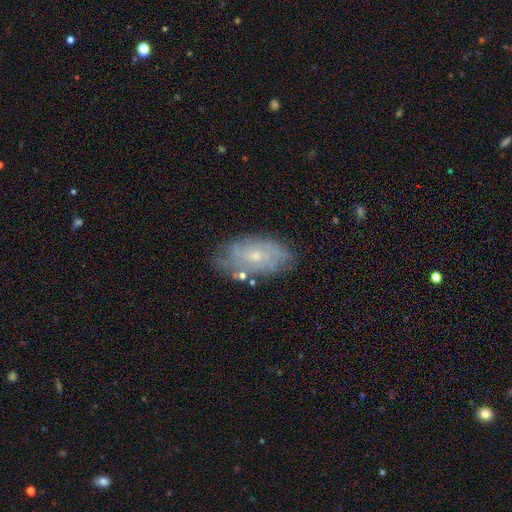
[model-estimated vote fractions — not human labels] smooth-or-featured: featured or disk: 62% | smooth: 29% | star or artifact: 9%
  disk-edge-on: no: 93% | yes: 7%
    bar: no: 74% | weak: 22% | strong: 4%
    has-spiral-arms: yes: 74% | no: 26%
    bulge-size: small: 71% | moderate: 25% | none: 2% | large: 1% | dominant: 1%
  merging: none: 72% | minor disturbance: 19% | major disturbance: 5% | merger: 3%